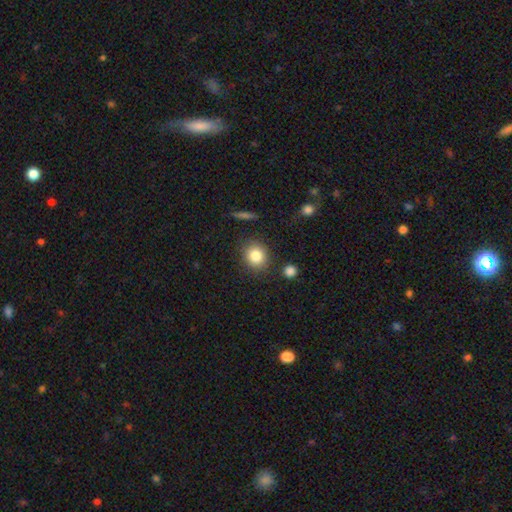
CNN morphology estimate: This is clearly a smooth galaxy (83%). How rounded: clearly round (81%). Merging: clearly none (85%).